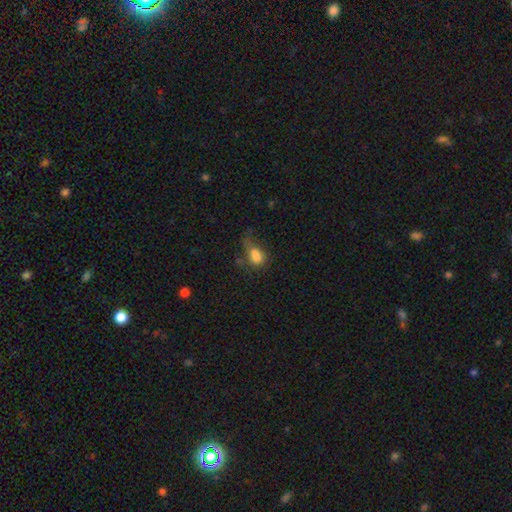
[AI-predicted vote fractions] This appears to be a smooth galaxy with no disk features (74%) that is in between round and cigar-shaped (75%). Merging: major disturbance (32%).